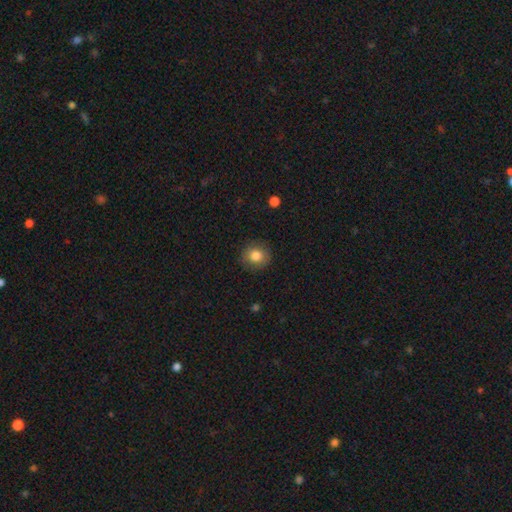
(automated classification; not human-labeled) Morphology: type=smooth (82%); roundness=round (86%); merging=none (88%).